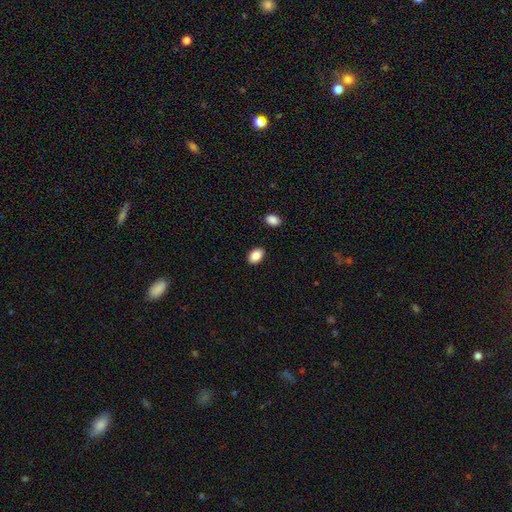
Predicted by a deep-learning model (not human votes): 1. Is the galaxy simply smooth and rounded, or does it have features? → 88% smooth, 8% star or artifact, 4% featured or disk.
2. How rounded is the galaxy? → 86% in between, 13% round, 1% cigar-shaped.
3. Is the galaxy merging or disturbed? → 88% none, 8% minor disturbance, 2% major disturbance, 2% merger.